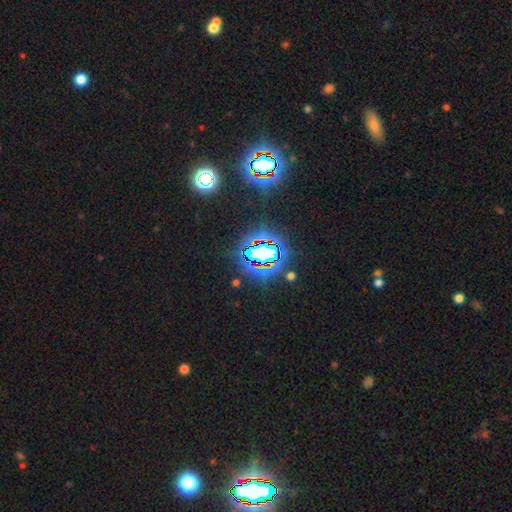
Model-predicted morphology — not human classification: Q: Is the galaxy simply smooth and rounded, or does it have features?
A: star or artifact — 82%.